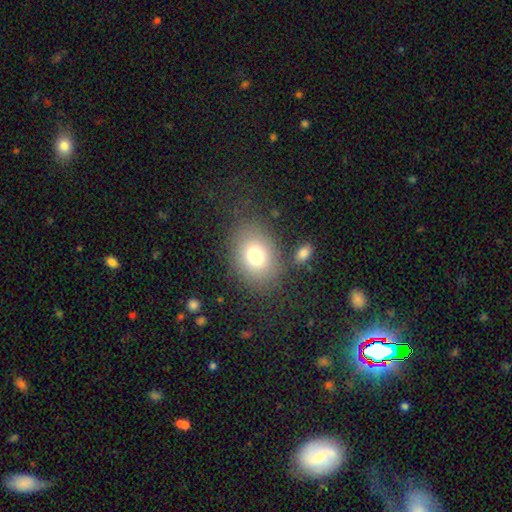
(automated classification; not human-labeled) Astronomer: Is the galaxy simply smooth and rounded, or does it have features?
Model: smooth — 75%.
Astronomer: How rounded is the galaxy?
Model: in between — 60% (runner-up: round, 39%).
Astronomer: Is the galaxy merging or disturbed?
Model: none — 75%.